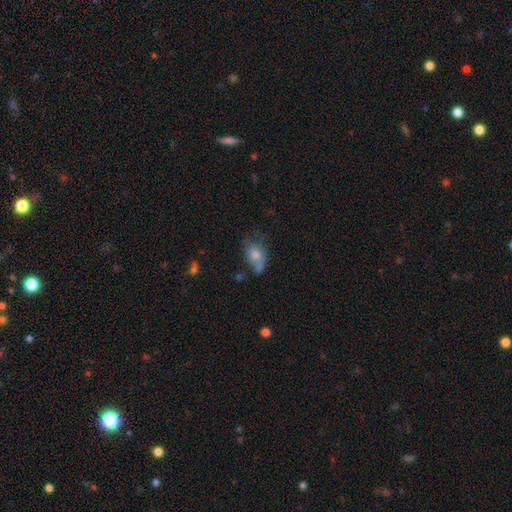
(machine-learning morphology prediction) smooth-or-featured: smooth: 70% | featured or disk: 20% | star or artifact: 9%
  how-rounded: in between: 78% | round: 20% | cigar-shaped: 2%
  merging: none: 36% | minor disturbance: 31% | major disturbance: 19% | merger: 14%